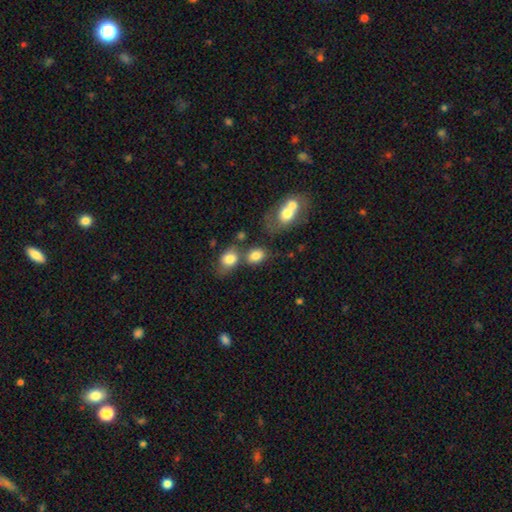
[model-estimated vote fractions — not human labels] Morphology: type=smooth (81%); roundness=in between (63%); merging=none (48%).